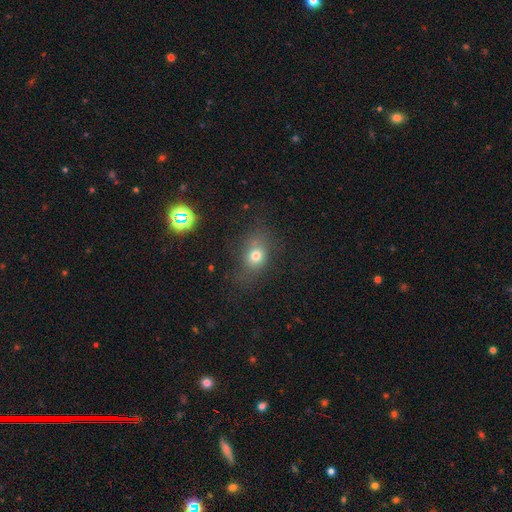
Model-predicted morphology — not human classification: Smooth or featured? Predicted: smooth (p=0.71). How rounded? Predicted: in between (p=0.55). Merging? Predicted: none (p=0.66).